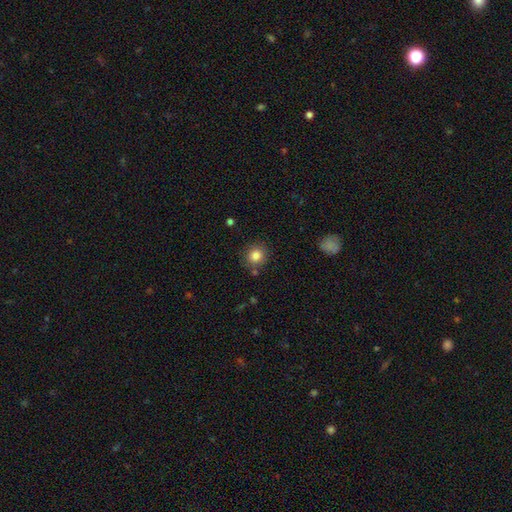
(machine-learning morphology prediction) Q: Smooth or featured?
A: smooth (84%); runner-up: star or artifact (10%)
Q: How rounded?
A: round (86%); runner-up: in between (13%)
Q: Merging?
A: none (82%); runner-up: minor disturbance (11%)